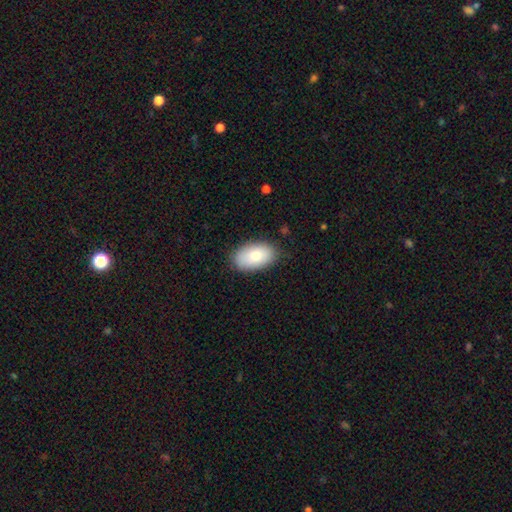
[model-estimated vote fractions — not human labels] Overall: smooth (80%). How rounded: in between (93%). Merging: none (83%).